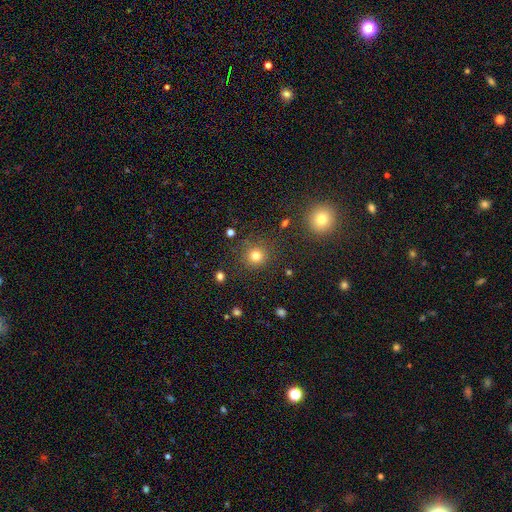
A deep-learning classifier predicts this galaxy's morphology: Smooth or featured? smooth (78%)
How rounded? round (92%)
Merging? none (85%)